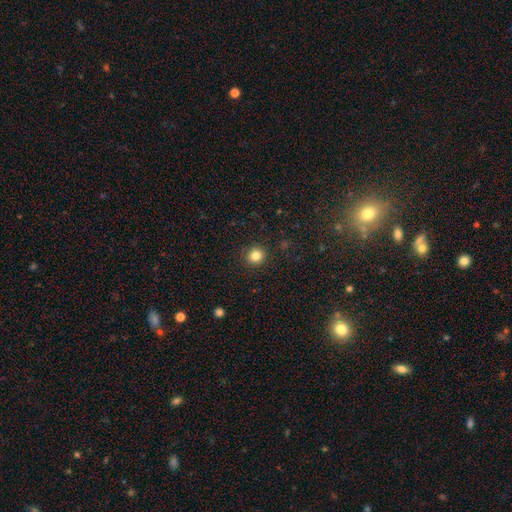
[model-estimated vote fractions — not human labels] Smooth or featured? smooth (84%)
How rounded? round (92%)
Merging? none (91%)